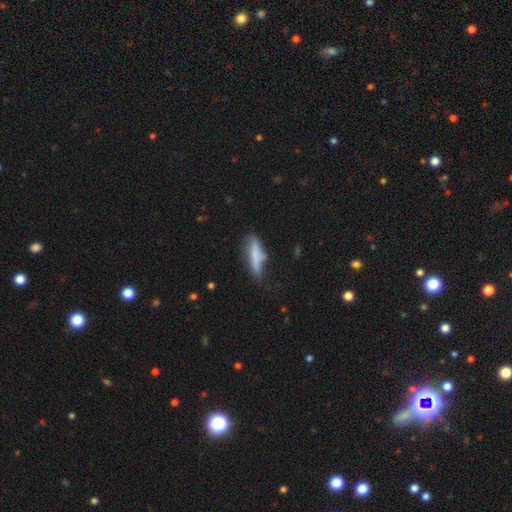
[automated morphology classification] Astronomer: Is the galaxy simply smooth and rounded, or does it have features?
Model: smooth — 61%.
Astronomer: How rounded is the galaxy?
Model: cigar-shaped — 67%.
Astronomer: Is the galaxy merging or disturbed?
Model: none — 42% (runner-up: minor disturbance, 34%).